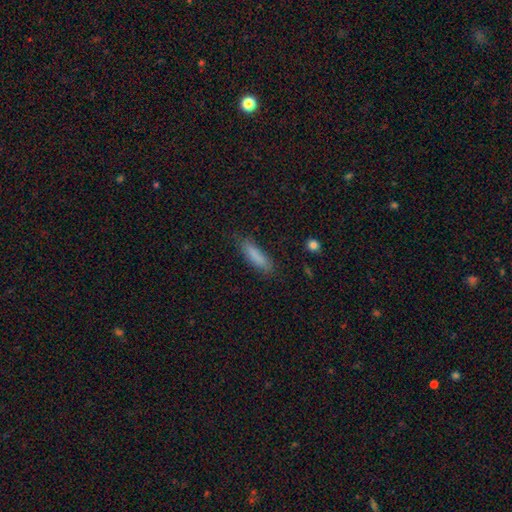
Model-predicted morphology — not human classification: type=smooth (84%); roundness=cigar-shaped (69%); merging=none (81%).